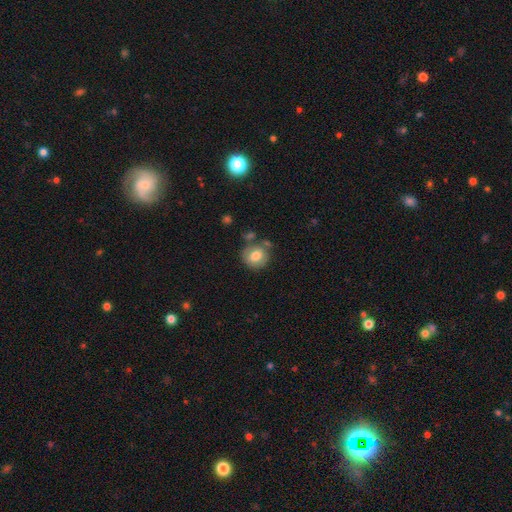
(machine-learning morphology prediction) A smooth galaxy with no disk features (75%) that is round (78%). Merging: none (64%).